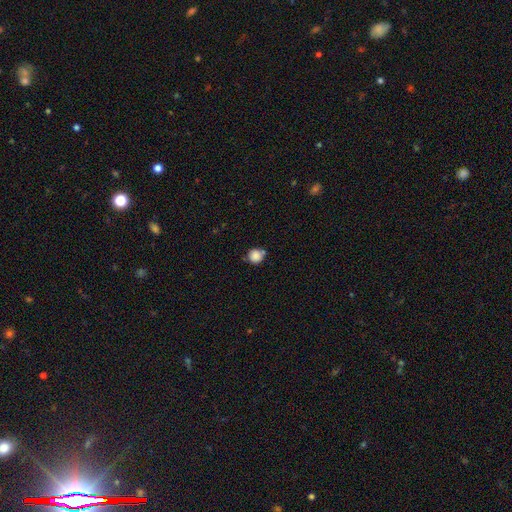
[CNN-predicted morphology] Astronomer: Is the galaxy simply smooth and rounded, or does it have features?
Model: smooth — 86%.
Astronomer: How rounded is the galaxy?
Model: round — 92%.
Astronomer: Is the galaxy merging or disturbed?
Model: none — 68%.